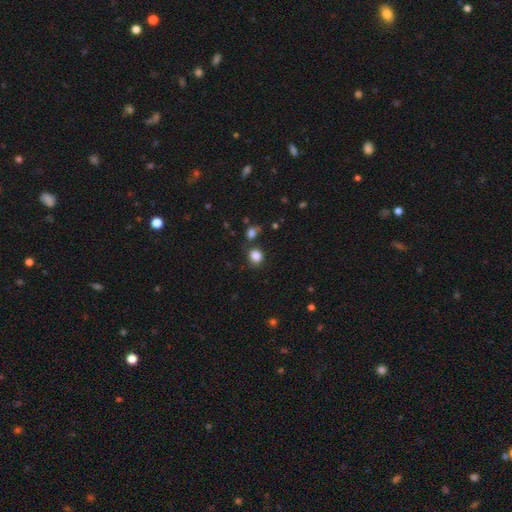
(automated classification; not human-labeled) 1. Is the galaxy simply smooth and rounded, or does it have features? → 85% smooth, 11% star or artifact, 4% featured or disk.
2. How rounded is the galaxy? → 71% round, 28% in between, 1% cigar-shaped.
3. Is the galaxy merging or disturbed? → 70% none, 14% minor disturbance, 11% merger, 5% major disturbance.